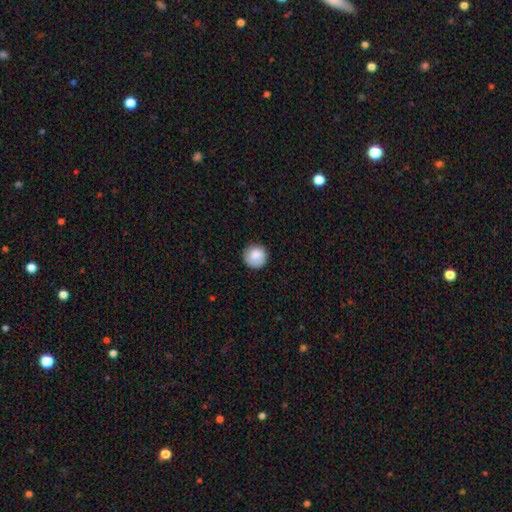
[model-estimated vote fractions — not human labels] Smooth or featured?
  - smooth: 86% *
  - star or artifact: 8%
  - featured or disk: 7%
How rounded?
  - round: 95% *
  - in between: 4%
  - cigar-shaped: 1%
Merging?
  - none: 86% *
  - minor disturbance: 11%
  - major disturbance: 2%
  - merger: 1%